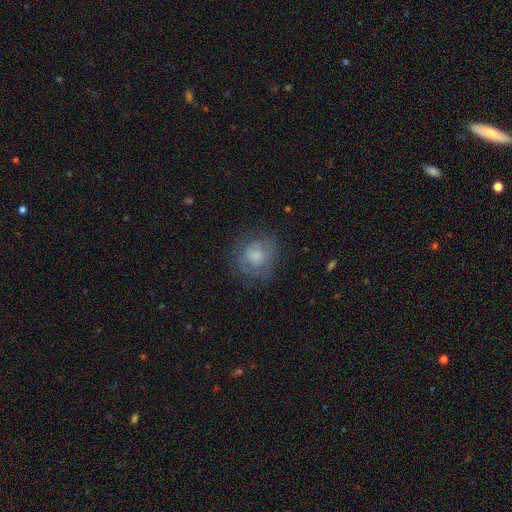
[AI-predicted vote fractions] smooth-or-featured: smooth: 62% | featured or disk: 29% | star or artifact: 10%
  how-rounded: round: 79% | in between: 20% | cigar-shaped: 1%
  merging: none: 65% | minor disturbance: 20% | major disturbance: 13% | merger: 1%